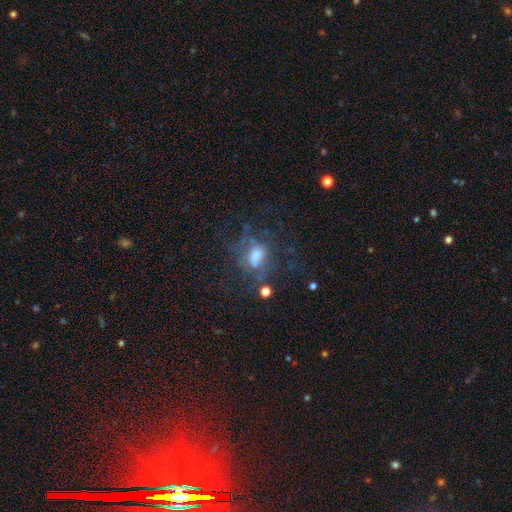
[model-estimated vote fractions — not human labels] Smooth or featured? Predicted: featured or disk (p=0.44). Merging? Predicted: none (p=0.47).